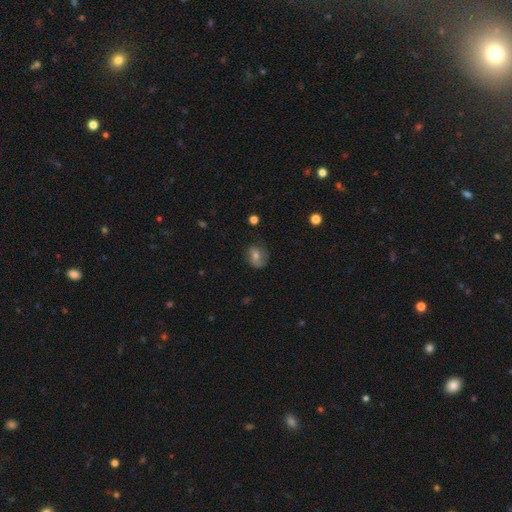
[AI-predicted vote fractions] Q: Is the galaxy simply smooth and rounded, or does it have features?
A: smooth — 54%.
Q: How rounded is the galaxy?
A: round — 55%.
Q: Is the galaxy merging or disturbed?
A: none — 67%.